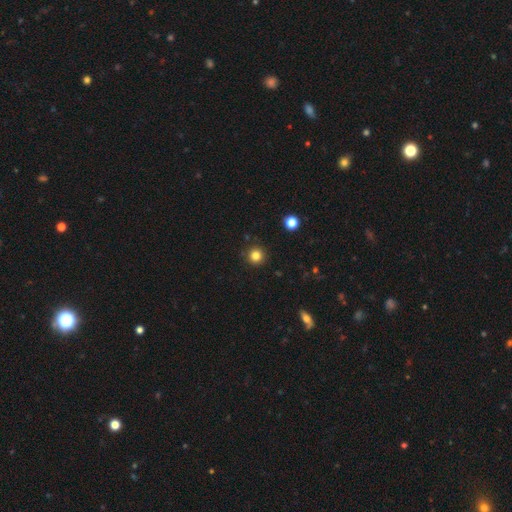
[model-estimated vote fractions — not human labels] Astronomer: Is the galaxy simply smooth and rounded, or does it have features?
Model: smooth — 82%.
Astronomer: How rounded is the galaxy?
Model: round — 95%.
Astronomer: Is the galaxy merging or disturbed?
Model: none — 91%.